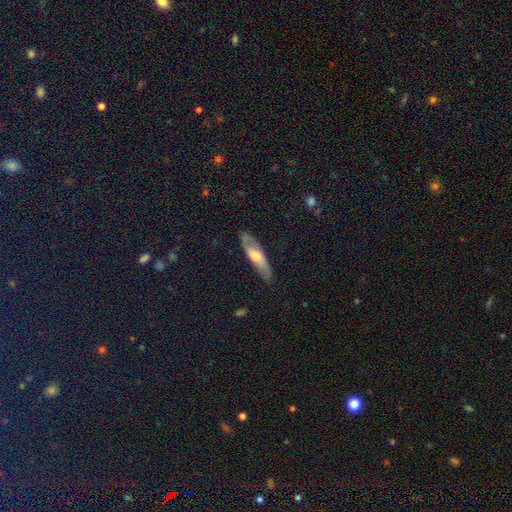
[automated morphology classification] This appears to be a featured or disk galaxy (49%). Merging: none (82%).